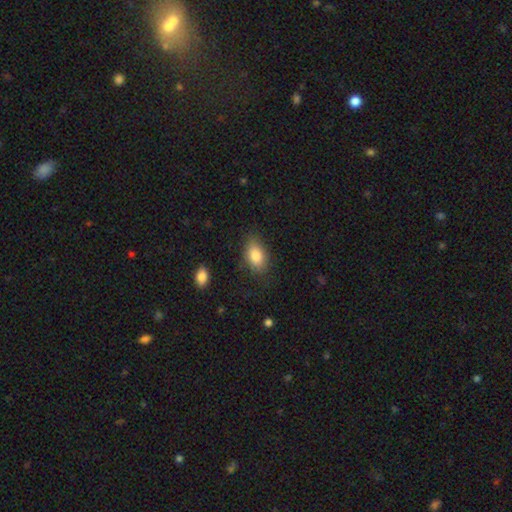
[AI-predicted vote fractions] A smooth galaxy with no disk features (84%) that is in between round and cigar-shaped (88%). Merging: none (77%).